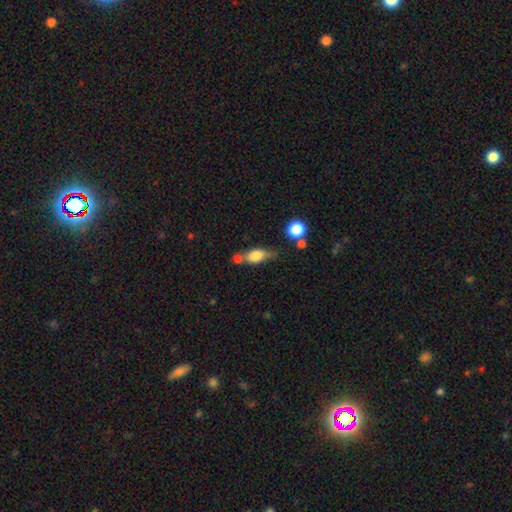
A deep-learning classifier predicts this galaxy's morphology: Smooth or featured: smooth — 71% (featured or disk — 20%)
How rounded: in between — 70% (cigar-shaped — 17%)
Merging: none — 41% (merger — 29%)